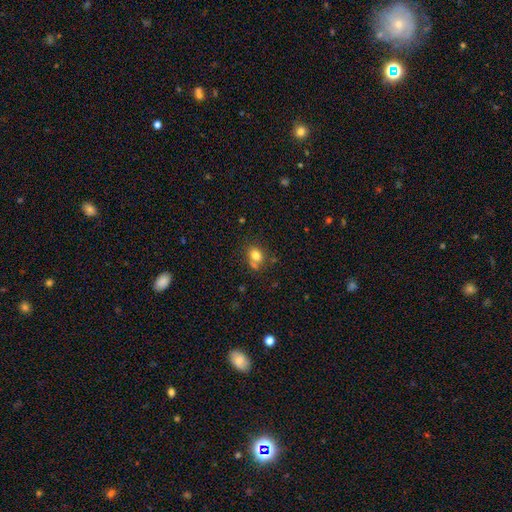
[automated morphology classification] Smooth or featured: smooth — 77% (star or artifact — 12%)
How rounded: round — 55% (in between — 44%)
Merging: none — 59% (merger — 21%)